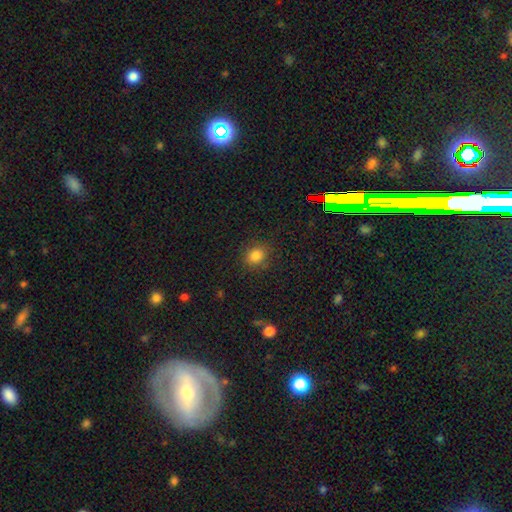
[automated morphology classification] Q: Smooth or featured?
A: smooth (83%); runner-up: star or artifact (12%)
Q: How rounded?
A: round (59%); runner-up: in between (40%)
Q: Merging?
A: none (84%); runner-up: minor disturbance (11%)